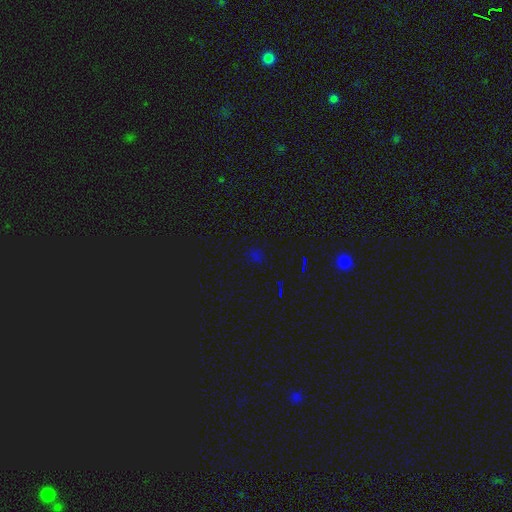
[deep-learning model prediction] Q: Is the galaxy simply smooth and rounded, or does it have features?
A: star or artifact — 58%.